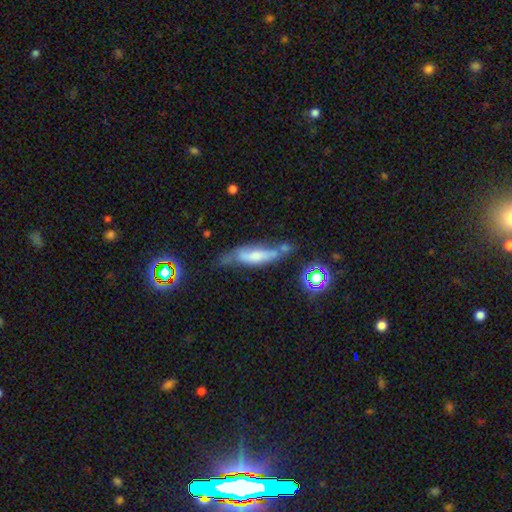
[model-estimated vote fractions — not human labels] A smooth galaxy with no disk features (50%) that is cigar-shaped (62%). Merging: none (39%).